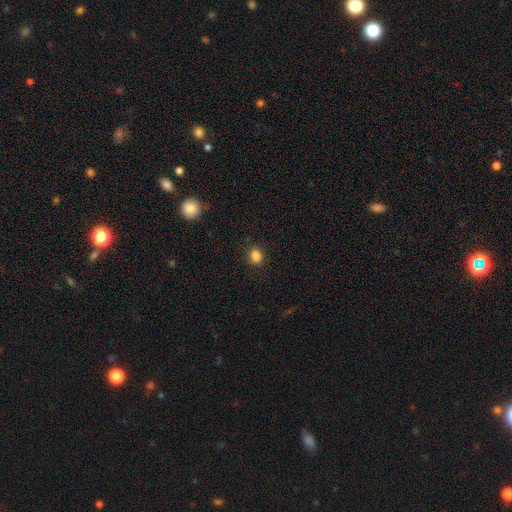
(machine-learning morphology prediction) This appears to be a smooth galaxy with no disk features (85%) that is round (63%). Merging: none (86%).